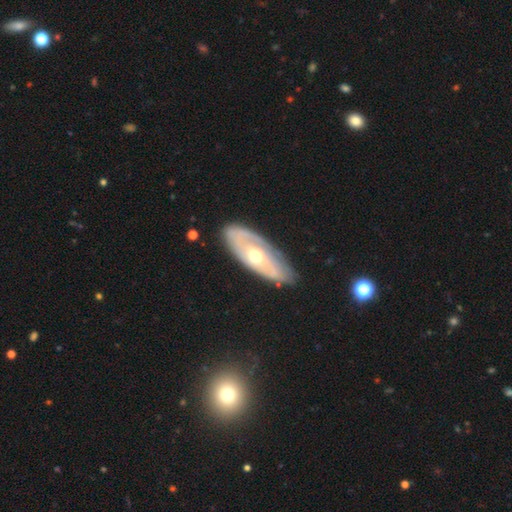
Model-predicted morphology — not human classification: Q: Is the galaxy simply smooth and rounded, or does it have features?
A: featured or disk — 66%.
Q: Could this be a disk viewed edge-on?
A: no — 81%.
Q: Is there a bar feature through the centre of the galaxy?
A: no — 84%.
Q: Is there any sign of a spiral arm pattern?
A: no — 58%.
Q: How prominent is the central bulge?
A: moderate — 75%.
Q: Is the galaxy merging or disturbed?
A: none — 79%.